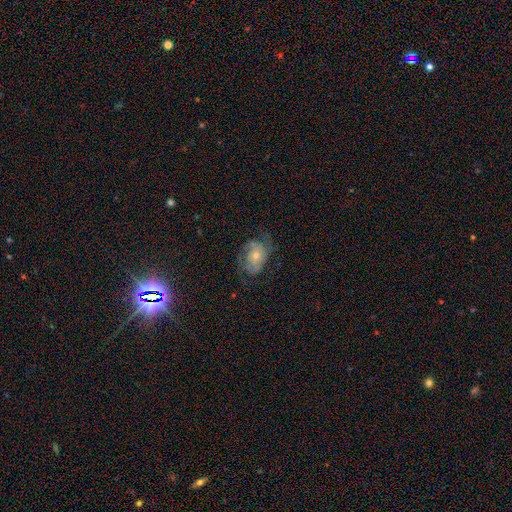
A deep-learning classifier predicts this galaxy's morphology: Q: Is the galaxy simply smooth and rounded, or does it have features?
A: featured or disk — 67%.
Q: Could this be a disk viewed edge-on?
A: no — 96%.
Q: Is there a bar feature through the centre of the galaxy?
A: no — 76%.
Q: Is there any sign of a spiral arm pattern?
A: yes — 86%.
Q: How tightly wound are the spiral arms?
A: tight — 47%.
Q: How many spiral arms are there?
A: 2 — 35%.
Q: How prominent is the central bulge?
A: small — 47%, tied with moderate.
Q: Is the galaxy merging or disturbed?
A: none — 63%.